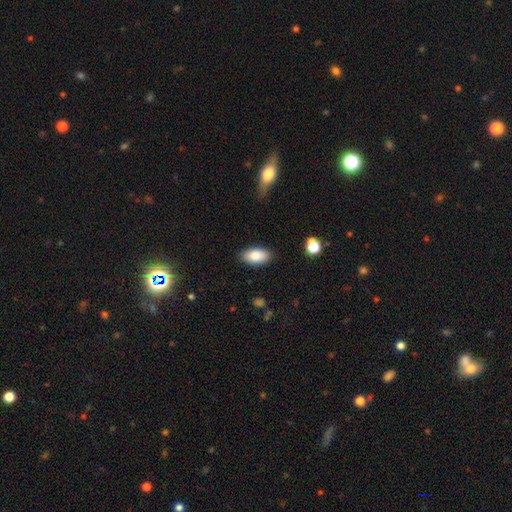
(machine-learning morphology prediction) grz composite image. It shows a smooth galaxy with no disk features (87%) that is in between round and cigar-shaped (93%). Merging: none (87%).